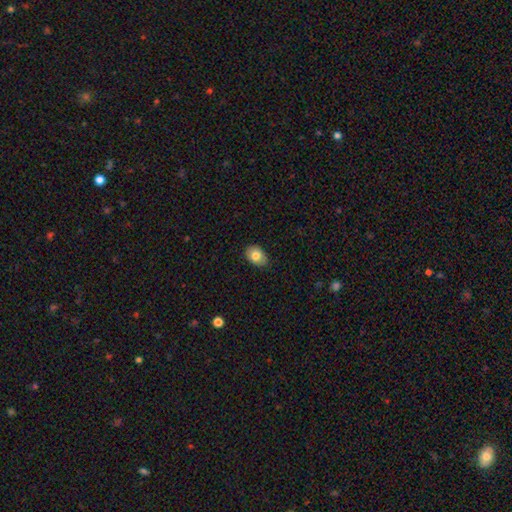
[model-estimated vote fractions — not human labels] Smooth or featured: smooth — 78% (featured or disk — 14%)
How rounded: in between — 75% (round — 24%)
Merging: none — 82% (minor disturbance — 14%)